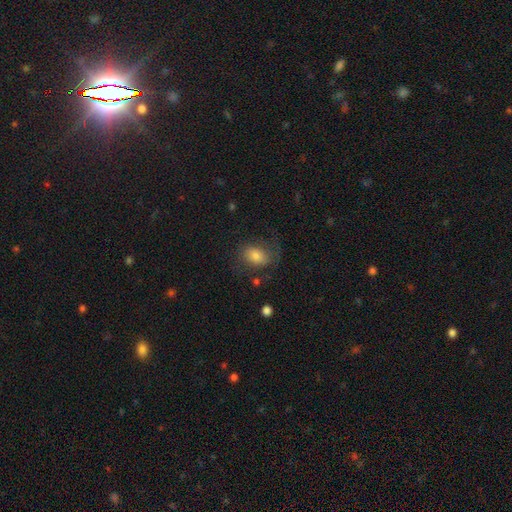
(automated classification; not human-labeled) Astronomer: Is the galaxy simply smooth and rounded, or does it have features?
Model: smooth — 64%.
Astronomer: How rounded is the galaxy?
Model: in between — 68%.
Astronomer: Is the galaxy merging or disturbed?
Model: none — 58%.